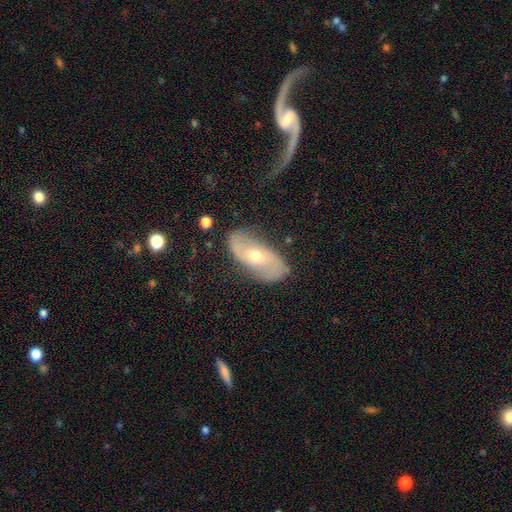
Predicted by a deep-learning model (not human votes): Q: Smooth or featured?
A: featured or disk (73%); runner-up: smooth (20%)
Q: Edge-on disk?
A: no (91%); runner-up: yes (9%)
Q: Bar?
A: no (61%); runner-up: weak (26%)
Q: Spiral arms?
A: yes (85%); runner-up: no (15%)
Q: Spiral winding?
A: loose (57%); runner-up: medium (29%)
Q: Spiral arm count?
A: 2 (87%); runner-up: can't tell (7%)
Q: Bulge size?
A: moderate (52%); runner-up: small (45%)
Q: Merging?
A: none (72%); runner-up: minor disturbance (18%)